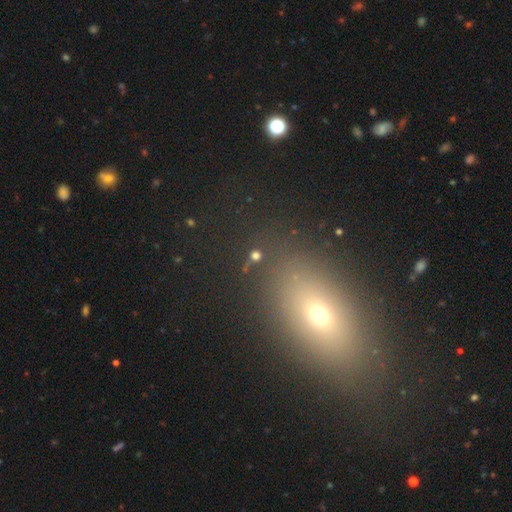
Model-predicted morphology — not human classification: smooth-or-featured: smooth: 57% | star or artifact: 32% | featured or disk: 11%
  how-rounded: round: 79% | in between: 16% | cigar-shaped: 5%
  merging: none: 73% | minor disturbance: 11% | merger: 9% | major disturbance: 8%